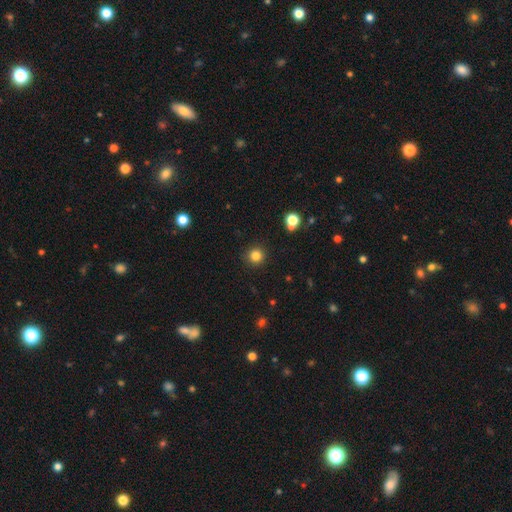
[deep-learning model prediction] A smooth galaxy with no disk features (83%) that is round (94%). Merging: none (91%).